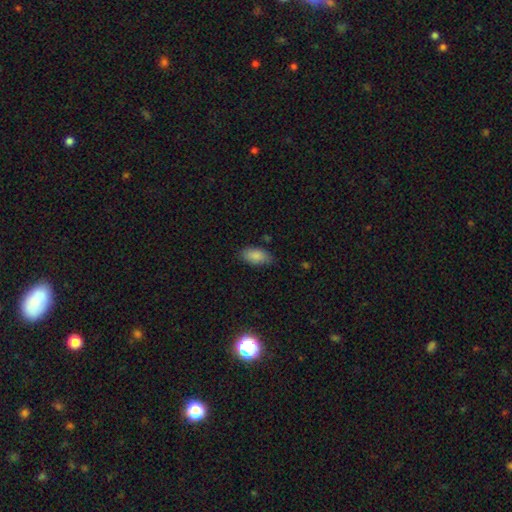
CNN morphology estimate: Q: Smooth or featured?
A: smooth (86%); runner-up: star or artifact (7%)
Q: How rounded?
A: in between (93%); runner-up: cigar-shaped (4%)
Q: Merging?
A: none (78%); runner-up: minor disturbance (17%)